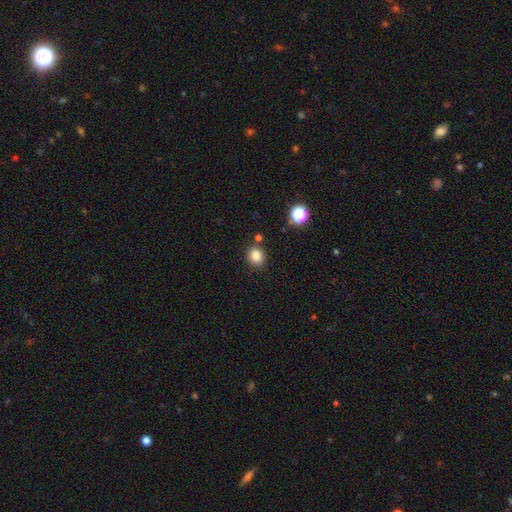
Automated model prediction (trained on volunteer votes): Smooth or featured: smooth — 83% (star or artifact — 12%)
How rounded: round — 74% (in between — 25%)
Merging: none — 82% (minor disturbance — 9%)